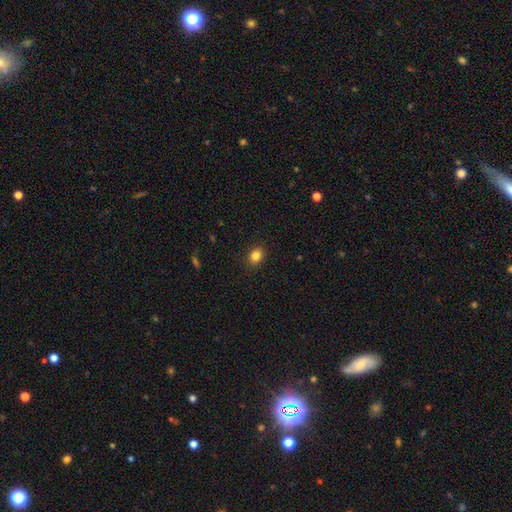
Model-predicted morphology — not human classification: type=smooth (85%); roundness=in between (55%); merging=none (89%).